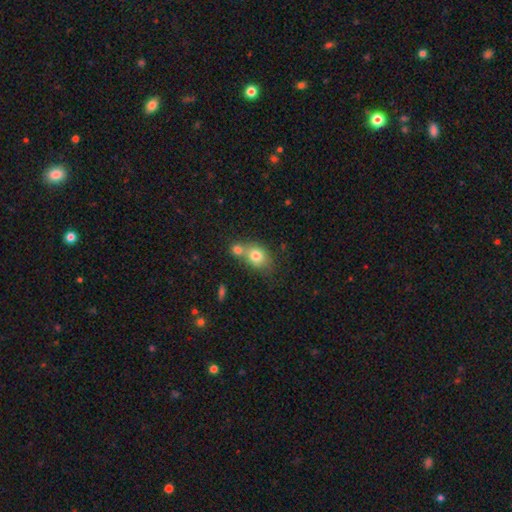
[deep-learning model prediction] This appears to be a smooth galaxy with no disk features (76%) that is round (50%). Merging: merger (50%).